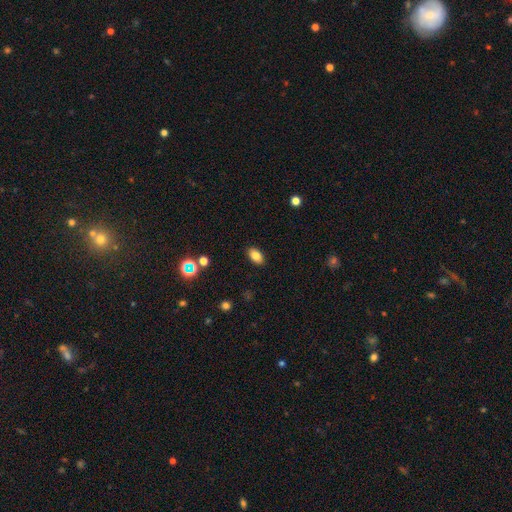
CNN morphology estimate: A smooth galaxy with no disk features (82%) that is in between round and cigar-shaped (90%).

Vote fractions:
- Smooth or featured? smooth: 82% / star or artifact: 11% / featured or disk: 8%
- How rounded? in between: 90% / round: 8% / cigar-shaped: 2%
- Merging? none: 89% / minor disturbance: 8% / major disturbance: 2% / merger: 1%